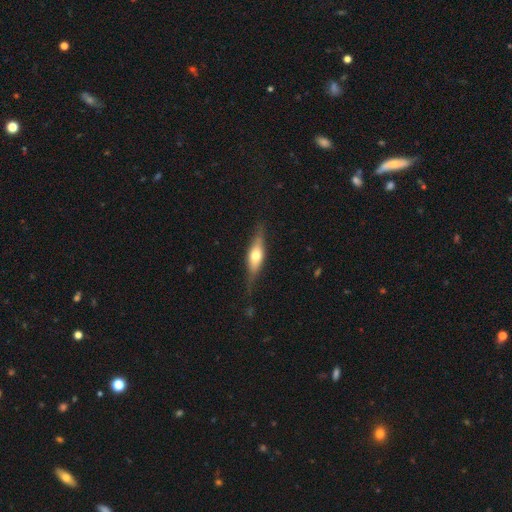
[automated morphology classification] Smooth or featured?
  - featured or disk: 48% *
  - smooth: 46%
  - star or artifact: 6%
Merging?
  - none: 75% *
  - minor disturbance: 18%
  - major disturbance: 5%
  - merger: 1%